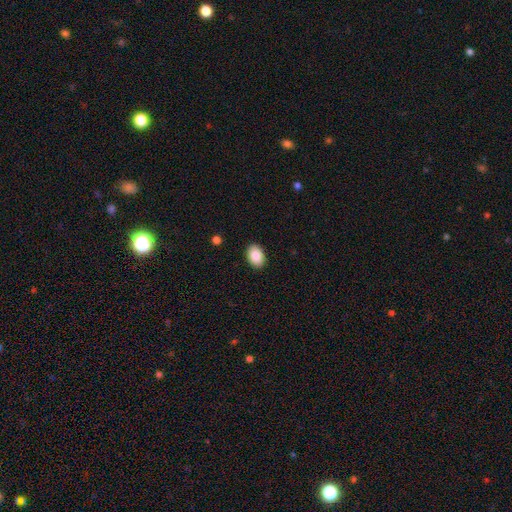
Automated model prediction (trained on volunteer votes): This appears to be a smooth galaxy with no disk features (89%) that is in between round and cigar-shaped (86%). Merging: none (90%).